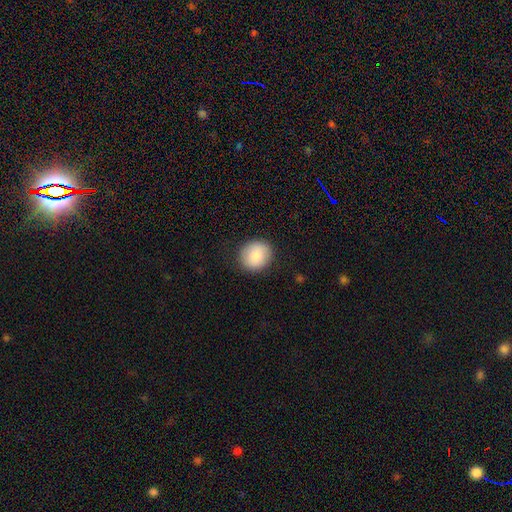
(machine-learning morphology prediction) Smooth or featured?
  - smooth: 83% *
  - featured or disk: 10%
  - star or artifact: 7%
How rounded?
  - round: 85% *
  - in between: 14%
  - cigar-shaped: 1%
Merging?
  - none: 88% *
  - minor disturbance: 9%
  - major disturbance: 2%
  - merger: 1%